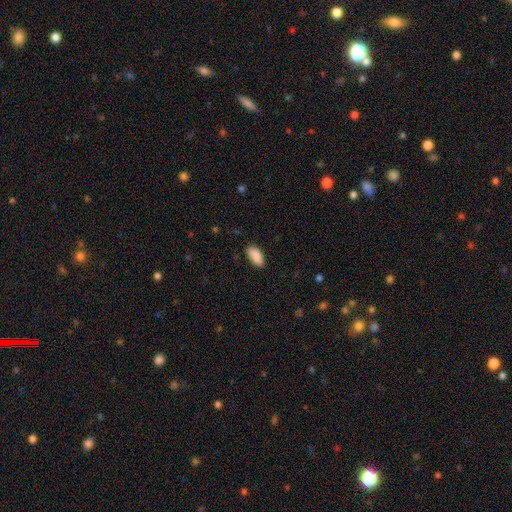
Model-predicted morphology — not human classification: Smooth or featured?
  - smooth: 90% *
  - star or artifact: 6%
  - featured or disk: 4%
How rounded?
  - in between: 91% *
  - cigar-shaped: 7%
  - round: 2%
Merging?
  - none: 85% *
  - minor disturbance: 11%
  - major disturbance: 2%
  - merger: 1%